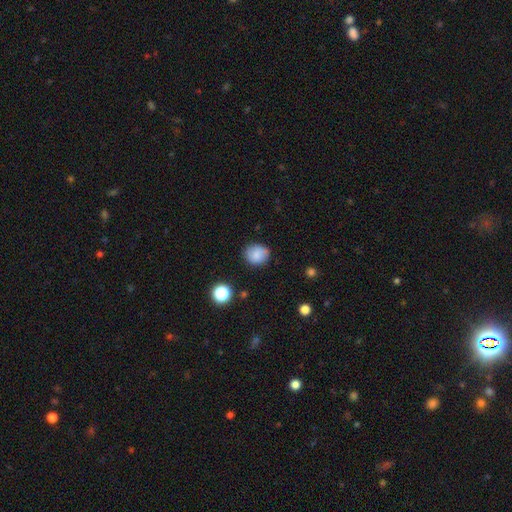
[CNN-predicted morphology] smooth_or_featured: smooth (p=0.84) [alt: star or artifact p=0.09]
how_rounded: round (p=0.73) [alt: in between p=0.27]
merging: none (p=0.82) [alt: minor disturbance p=0.14]